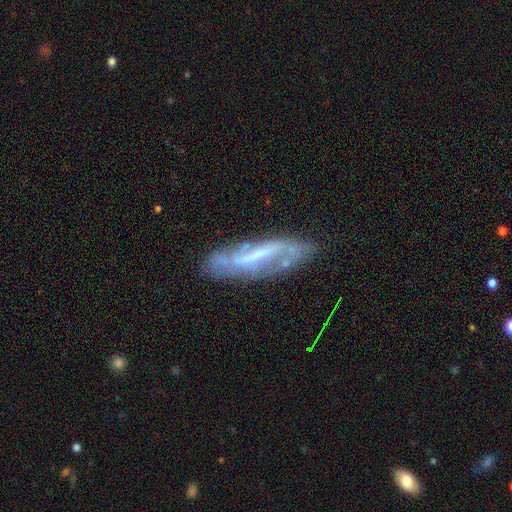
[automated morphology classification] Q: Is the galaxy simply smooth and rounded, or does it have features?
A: featured or disk — 71%.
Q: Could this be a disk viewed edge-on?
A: no — 73%.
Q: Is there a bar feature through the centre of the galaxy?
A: strong — 52%.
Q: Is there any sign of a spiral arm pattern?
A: yes — 70%.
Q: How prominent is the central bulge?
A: none — 39%.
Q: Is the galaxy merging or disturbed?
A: none — 66%.